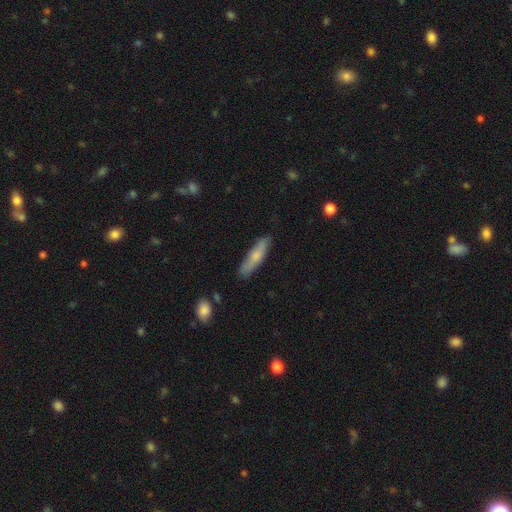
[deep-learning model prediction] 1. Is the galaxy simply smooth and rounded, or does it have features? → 65% smooth, 29% featured or disk, 6% star or artifact.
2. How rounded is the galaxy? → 79% cigar-shaped, 19% in between, 2% round.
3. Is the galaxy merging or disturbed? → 82% none, 14% minor disturbance, 2% major disturbance, 2% merger.